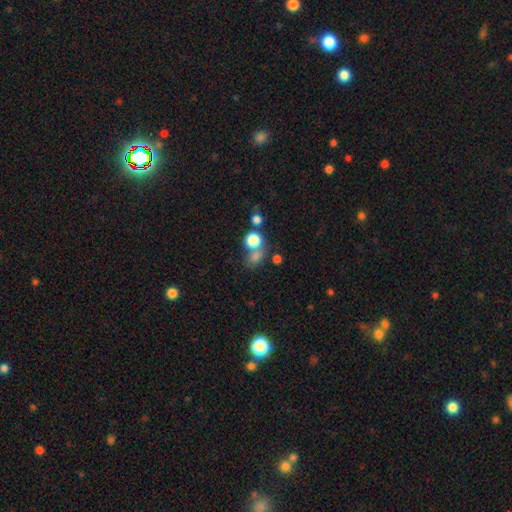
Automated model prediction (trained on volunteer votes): This appears to be a smooth galaxy with no disk features (71%) that is round (64%). Merging: none (49%).